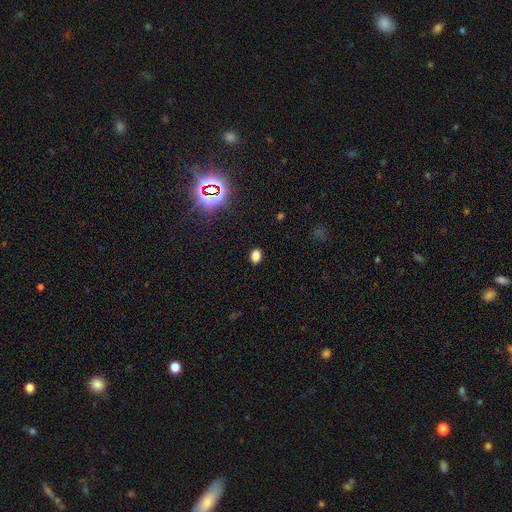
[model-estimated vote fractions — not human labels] Q: Smooth or featured?
A: smooth (79%); runner-up: star or artifact (17%)
Q: How rounded?
A: in between (79%); runner-up: round (19%)
Q: Merging?
A: none (88%); runner-up: minor disturbance (8%)